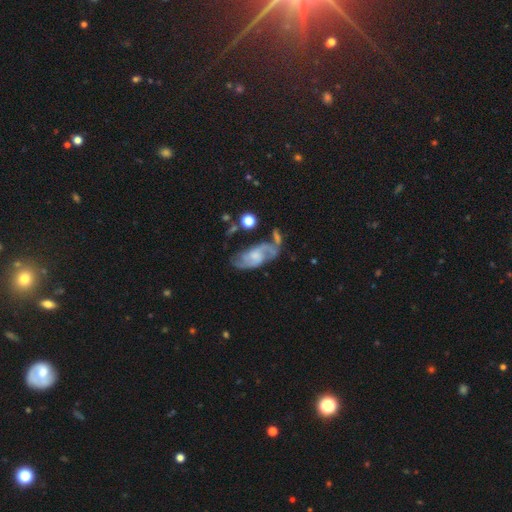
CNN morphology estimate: smooth_or_featured: featured or disk (p=0.80) [alt: smooth p=0.15]
disk_edge_on: no (p=0.94) [alt: yes p=0.06]
bar: no (p=0.53) [alt: weak p=0.40]
has_spiral_arms: yes (p=0.93) [alt: no p=0.07]
spiral_winding: medium (p=0.49) [alt: loose p=0.28]
spiral_arm_count: 2 (p=0.76) [alt: can't tell p=0.11]
bulge_size: small (p=0.41) [alt: moderate p=0.35]
merging: none (p=0.53) [alt: minor disturbance p=0.22]